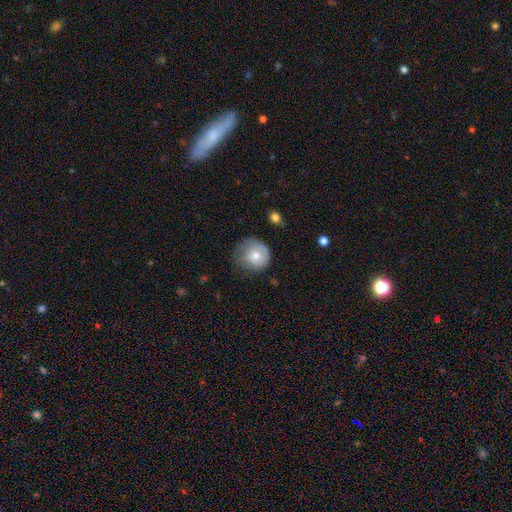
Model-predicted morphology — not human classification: Overall: smooth (71%). How rounded: round (86%). Merging: none (54%; minor disturbance 32%).